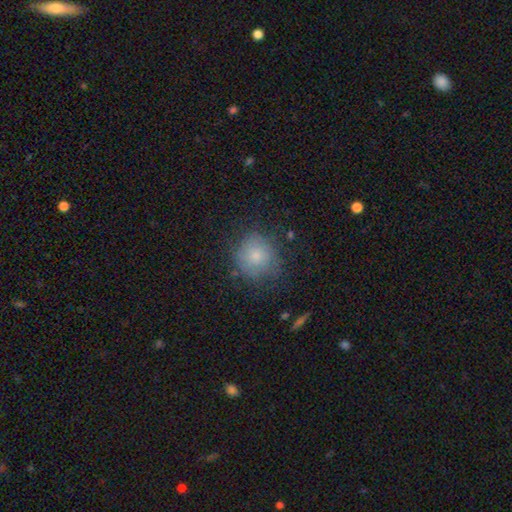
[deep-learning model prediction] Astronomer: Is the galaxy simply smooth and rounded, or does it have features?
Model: smooth — 75%.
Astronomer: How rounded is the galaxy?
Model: round — 89%.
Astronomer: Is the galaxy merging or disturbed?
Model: none — 72%.